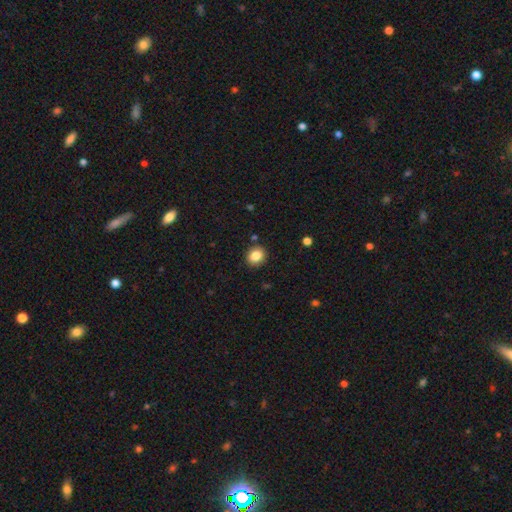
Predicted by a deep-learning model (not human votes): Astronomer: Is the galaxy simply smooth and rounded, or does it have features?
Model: smooth — 84%.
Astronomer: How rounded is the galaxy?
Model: round — 72%.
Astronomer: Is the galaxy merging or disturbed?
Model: none — 88%.